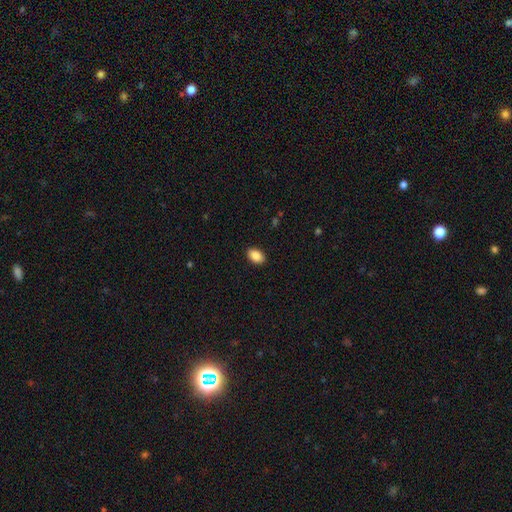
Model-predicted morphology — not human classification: smooth_or_featured: smooth (p=0.89) [alt: star or artifact p=0.07]
how_rounded: in between (p=0.90) [alt: round p=0.09]
merging: none (p=0.90) [alt: minor disturbance p=0.08]